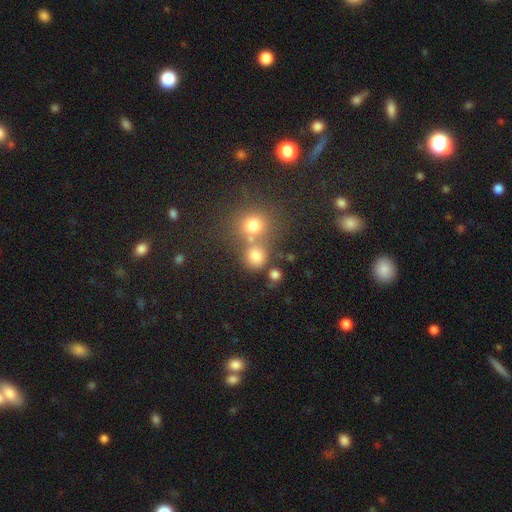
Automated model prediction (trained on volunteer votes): smooth-or-featured: smooth: 76% | star or artifact: 16% | featured or disk: 8%
  how-rounded: round: 86% | in between: 13% | cigar-shaped: 1%
  merging: none: 59% | merger: 27% | minor disturbance: 9% | major disturbance: 5%